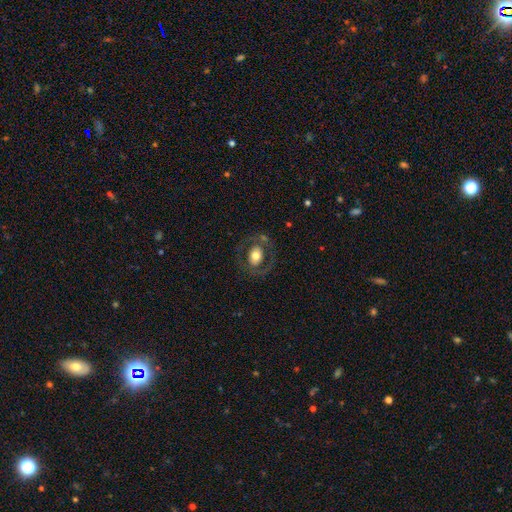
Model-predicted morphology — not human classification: smooth 47%, featured or disk 46%, star or artifact 8%. Down the decision tree: merging — none (73%).